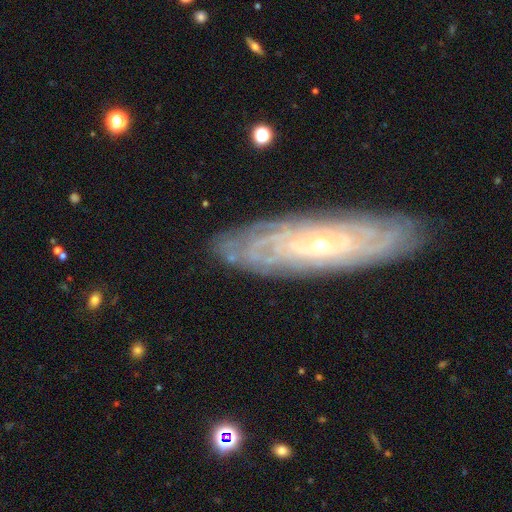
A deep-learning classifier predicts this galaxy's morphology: Smooth or featured? Predicted: featured or disk (p=0.84). Edge-on disk? Predicted: no (p=0.79). Bar? Predicted: no (p=0.73). Spiral arms? Predicted: yes (p=0.94). Spiral winding? Predicted: tight (p=0.84). Spiral arm count? Predicted: can't tell (p=0.51). Bulge size? Predicted: small (p=0.67). Merging? Predicted: none (p=0.84).